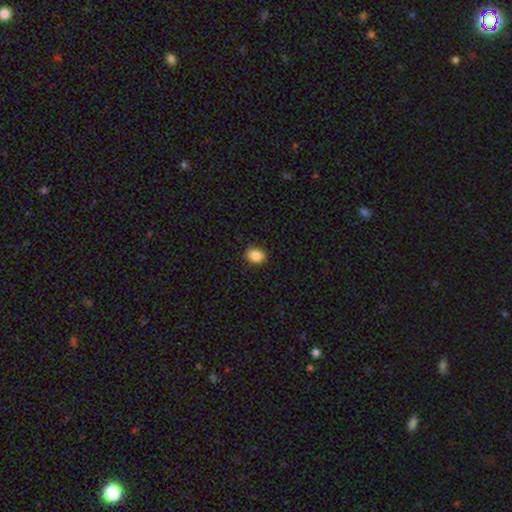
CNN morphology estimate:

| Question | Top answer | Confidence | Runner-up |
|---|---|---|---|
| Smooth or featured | smooth | 87% | star or artifact (9%) |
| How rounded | in between | 56% | round (43%) |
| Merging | none | 88% | minor disturbance (9%) |